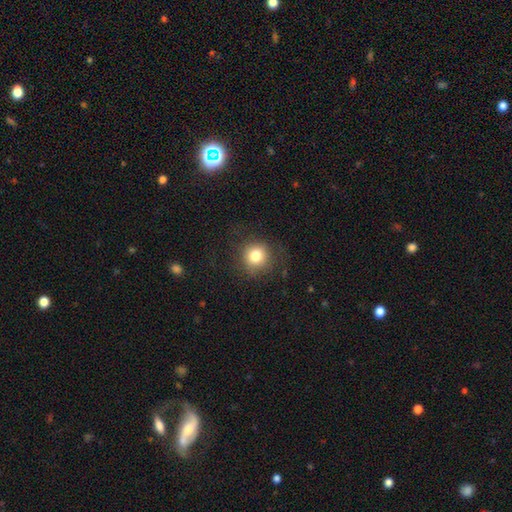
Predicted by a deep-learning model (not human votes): This appears to be a smooth galaxy with no disk features (79%) that is round (91%). Merging: none (82%).